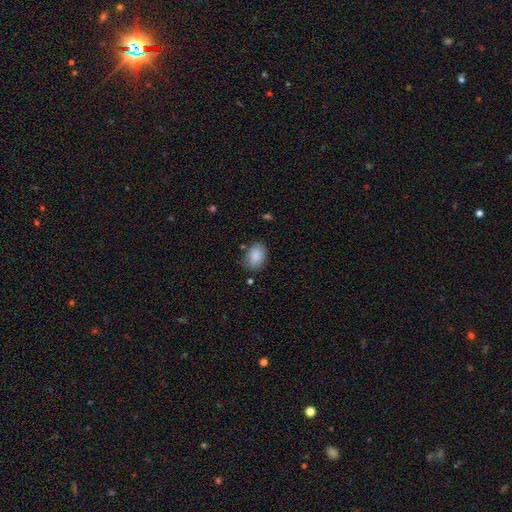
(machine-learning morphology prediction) Smooth or featured? smooth (87%)
How rounded? in between (80%)
Merging? none (72%)